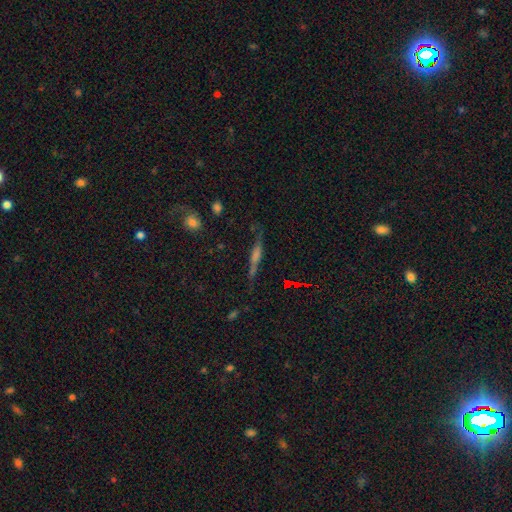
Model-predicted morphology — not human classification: Smooth or featured? Predicted: featured or disk (p=0.56). Edge-on disk? Predicted: yes (p=0.87). Merging? Predicted: none (p=0.71).